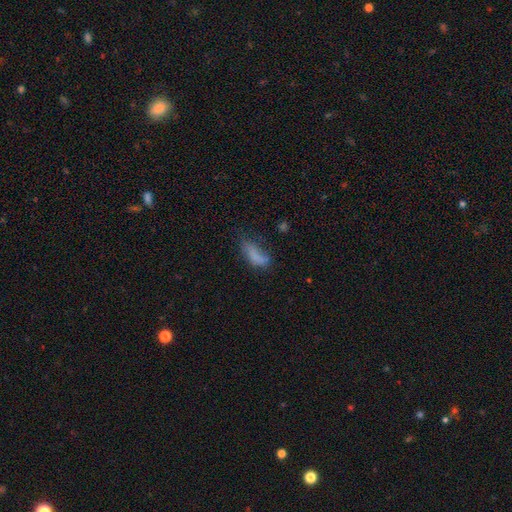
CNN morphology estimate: This is likely a smooth galaxy (68%). How rounded: likely in between (77%). Merging: marginally none (36%).